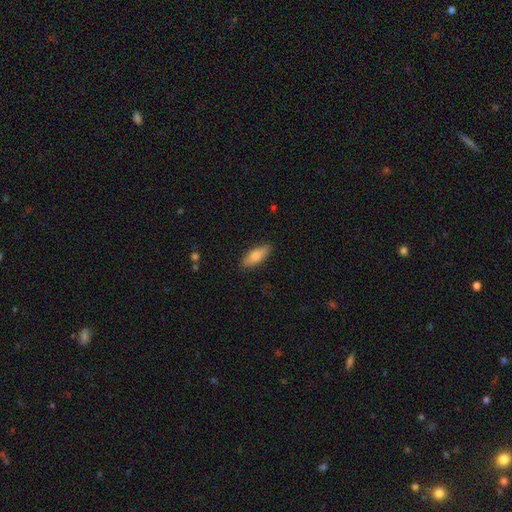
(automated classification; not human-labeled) Overall: smooth (81%). How rounded: in between (69%). Merging: none (87%).